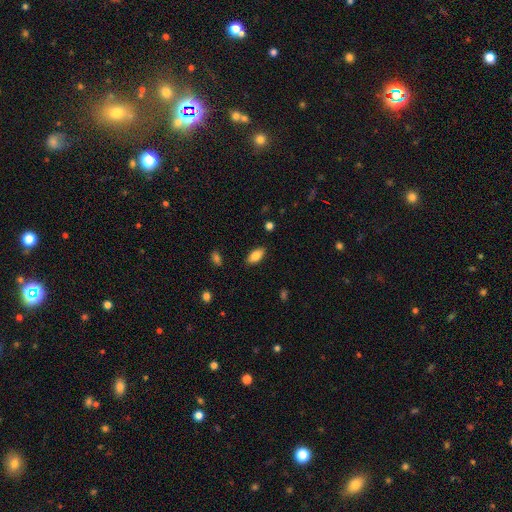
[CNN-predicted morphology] Smooth or featured? smooth (82%)
How rounded? in between (91%)
Merging? none (87%)